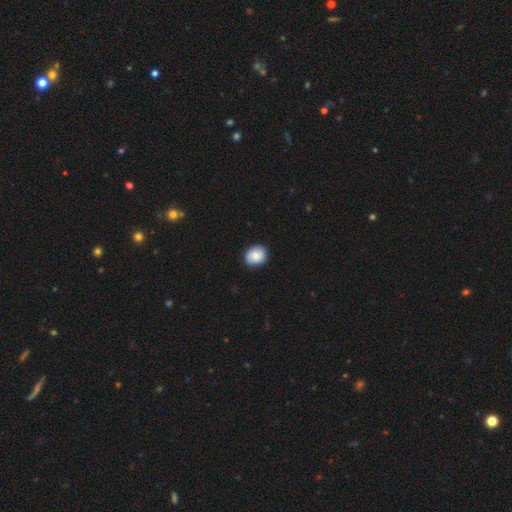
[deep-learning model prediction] Smooth or featured?
  - smooth: 84% *
  - featured or disk: 9%
  - star or artifact: 7%
How rounded?
  - round: 59% *
  - in between: 40%
  - cigar-shaped: 1%
Merging?
  - none: 87% *
  - minor disturbance: 11%
  - major disturbance: 2%
  - merger: 1%